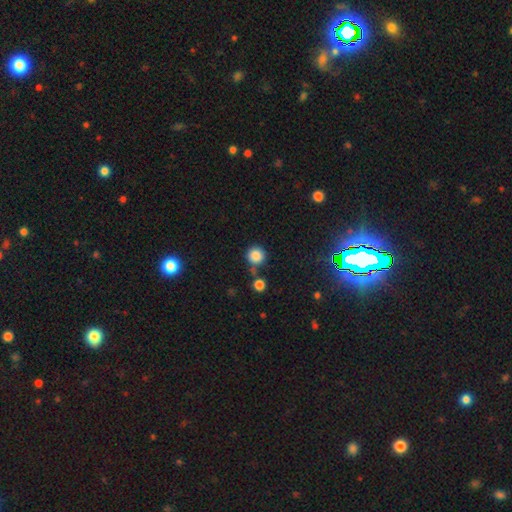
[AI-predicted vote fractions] Overall: smooth (84%). How rounded: round (94%). Merging: none (73%).